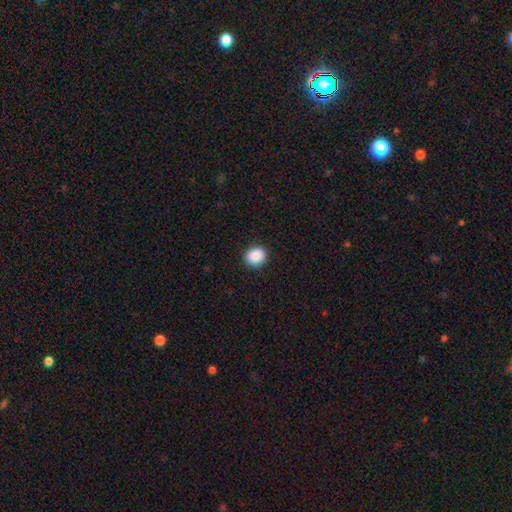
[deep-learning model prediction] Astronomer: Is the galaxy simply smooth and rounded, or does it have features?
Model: smooth — 89%.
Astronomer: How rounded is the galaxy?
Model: round — 71%.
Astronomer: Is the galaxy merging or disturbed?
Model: none — 90%.